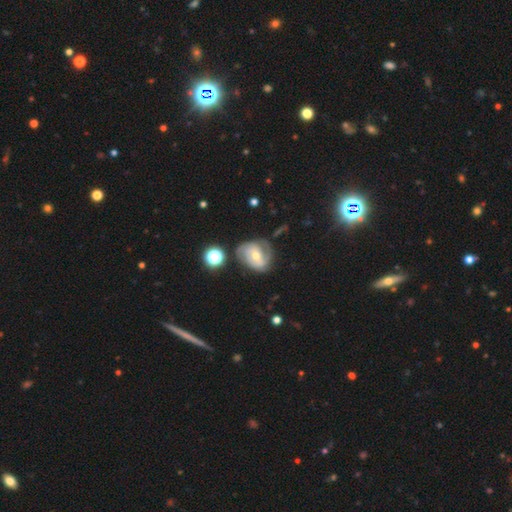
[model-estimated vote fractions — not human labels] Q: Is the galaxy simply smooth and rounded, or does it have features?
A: featured or disk — 77%.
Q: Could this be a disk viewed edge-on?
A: no — 97%.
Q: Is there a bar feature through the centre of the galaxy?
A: no — 48%.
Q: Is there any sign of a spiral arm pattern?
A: yes — 90%.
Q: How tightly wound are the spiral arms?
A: tight — 51%.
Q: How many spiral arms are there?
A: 2 — 51%.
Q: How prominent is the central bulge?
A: moderate — 61%.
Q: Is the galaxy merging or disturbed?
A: none — 61%.